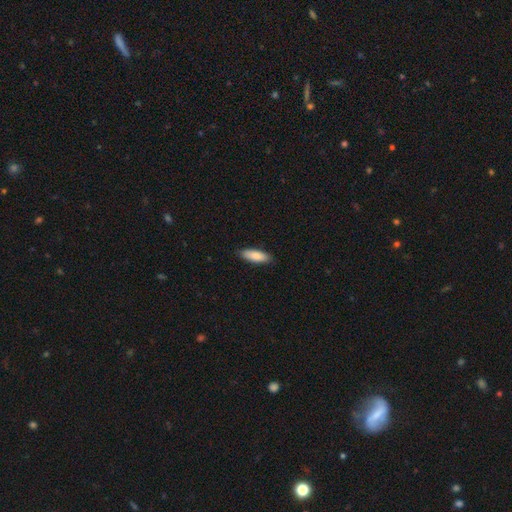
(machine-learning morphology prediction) Smooth or featured: smooth — 85% (featured or disk — 10%)
How rounded: in between — 60% (cigar-shaped — 38%)
Merging: none — 88% (minor disturbance — 9%)